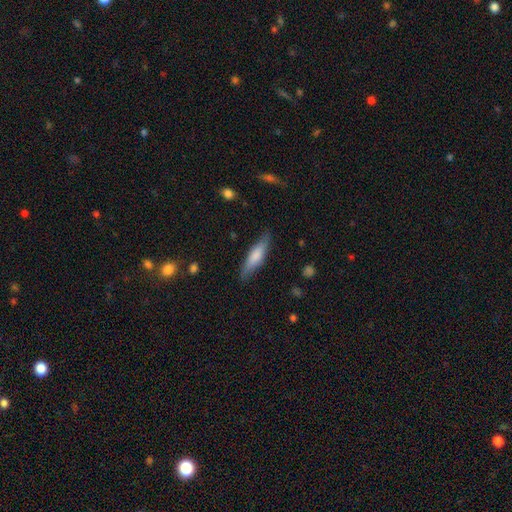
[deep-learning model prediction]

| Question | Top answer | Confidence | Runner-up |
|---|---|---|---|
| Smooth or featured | smooth | 68% | featured or disk (26%) |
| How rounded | cigar-shaped | 71% | in between (27%) |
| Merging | none | 82% | minor disturbance (14%) |